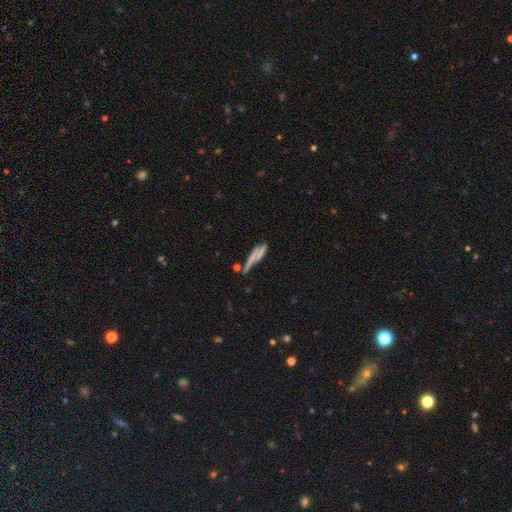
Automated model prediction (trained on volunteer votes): This appears to be a smooth galaxy with no disk features (51%) that is cigar-shaped (77%). Merging: none (46%).